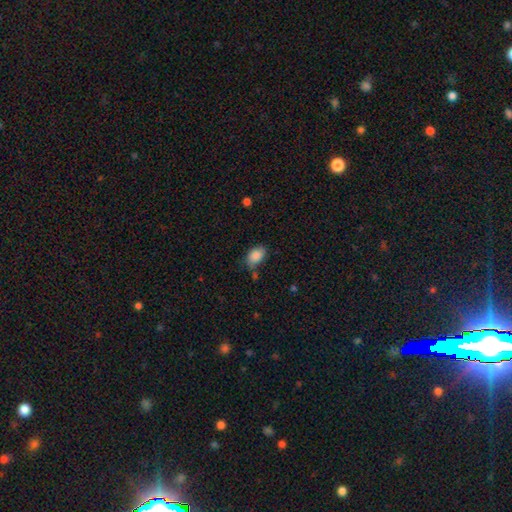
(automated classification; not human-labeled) Morphology: type=smooth (88%); roundness=in between (86%); merging=none (70%).